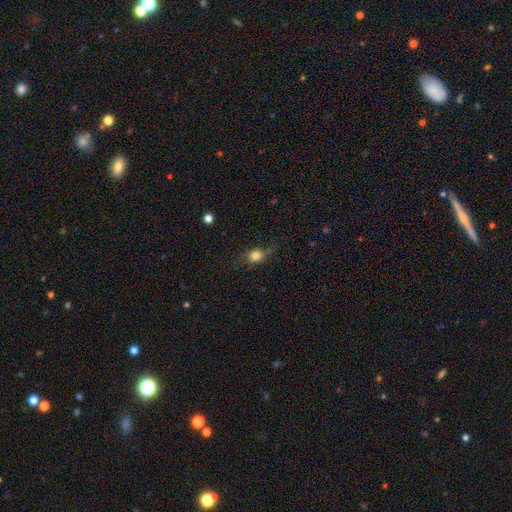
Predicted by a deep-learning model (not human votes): Smooth or featured? smooth (79%)
How rounded? round (59%)
Merging? none (67%)